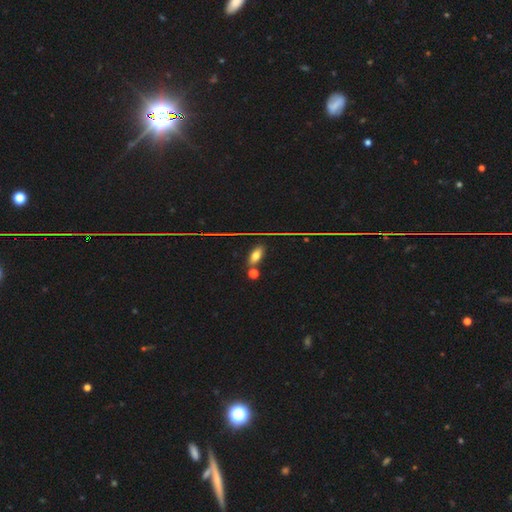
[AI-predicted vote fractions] Smooth or featured: smooth — 68% (star or artifact — 18%)
How rounded: in between — 83% (round — 9%)
Merging: none — 70% (merger — 16%)